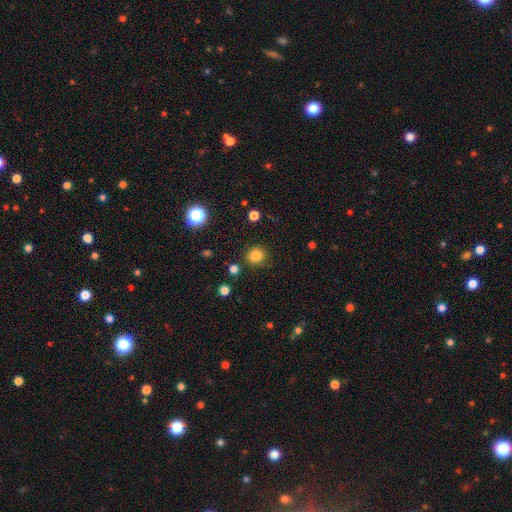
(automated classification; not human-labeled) smooth-or-featured: smooth: 82% | star or artifact: 13% | featured or disk: 5%
  how-rounded: round: 87% | in between: 13% | cigar-shaped: 1%
  merging: none: 87% | minor disturbance: 8% | major disturbance: 3% | merger: 2%